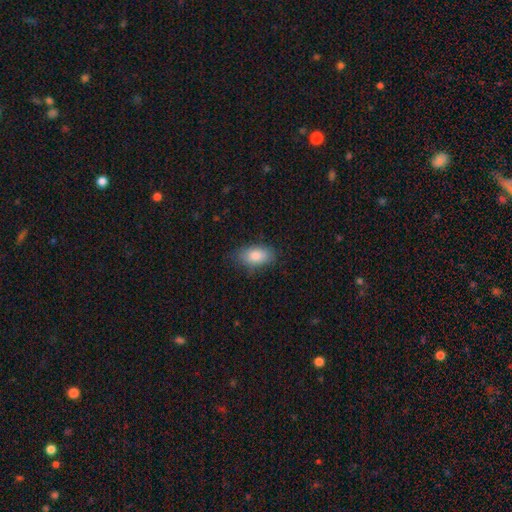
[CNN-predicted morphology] This appears to be a smooth galaxy with no disk features (84%) that is in between round and cigar-shaped (91%). Merging: none (77%).